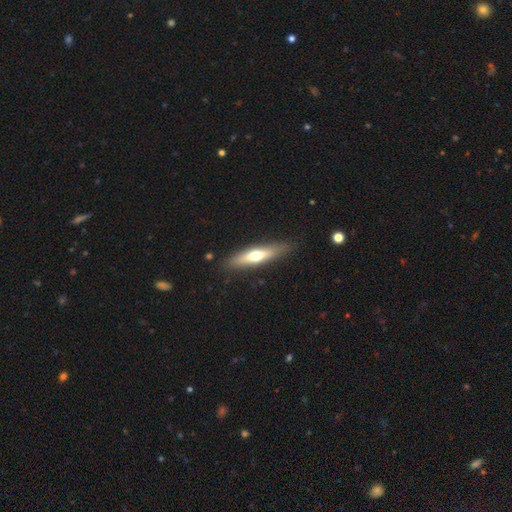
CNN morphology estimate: The model was most divided on "smooth or featured": smooth: 51%, featured or disk: 43%, star or artifact: 6%. More confident: merging — none (86%); how rounded — cigar-shaped (78%).